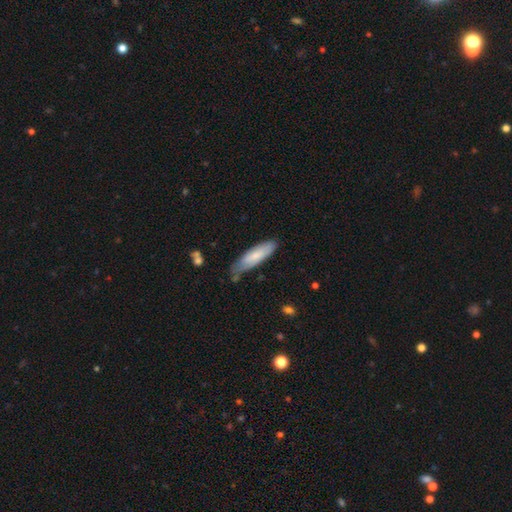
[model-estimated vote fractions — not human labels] A smooth galaxy with no disk features (73%) that is cigar-shaped (62%). Merging: none (64%).